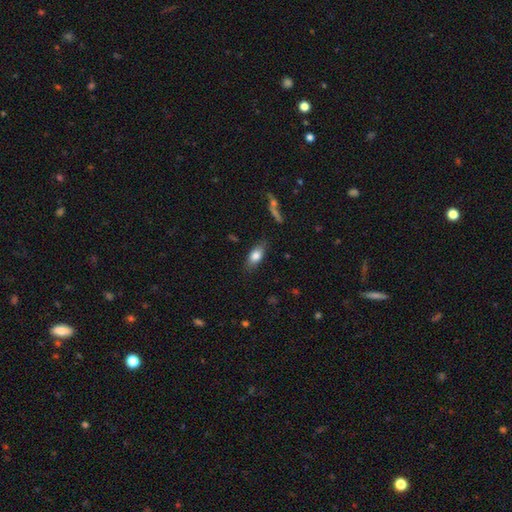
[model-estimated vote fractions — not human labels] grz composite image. It shows a smooth galaxy with no disk features (78%) that is in between round and cigar-shaped (84%). Merging: none (79%).